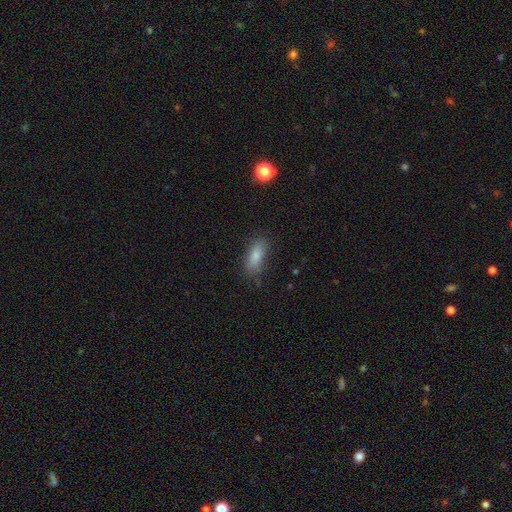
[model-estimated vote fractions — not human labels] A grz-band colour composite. It shows a smooth galaxy with no disk features (79%) that is in between round and cigar-shaped (75%). Merging: none (80%).